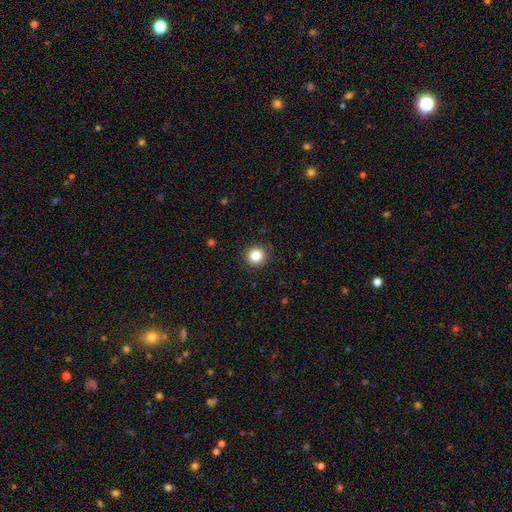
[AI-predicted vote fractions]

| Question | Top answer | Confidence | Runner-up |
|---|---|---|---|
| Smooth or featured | smooth | 85% | star or artifact (11%) |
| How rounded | round | 92% | in between (7%) |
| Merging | none | 90% | minor disturbance (7%) |